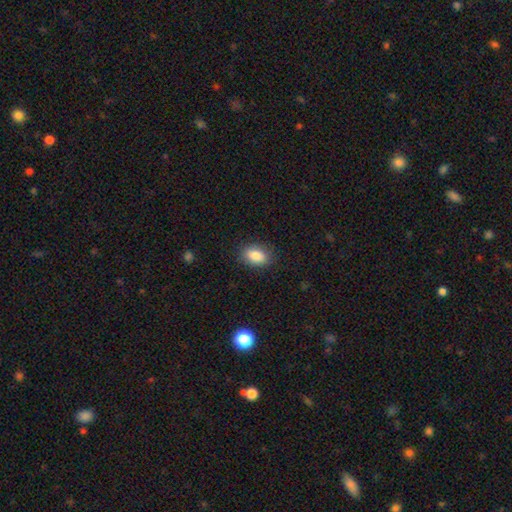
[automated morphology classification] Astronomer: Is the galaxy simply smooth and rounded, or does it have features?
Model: smooth — 86%.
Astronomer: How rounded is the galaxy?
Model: in between — 85%.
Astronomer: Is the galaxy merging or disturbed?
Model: none — 87%.